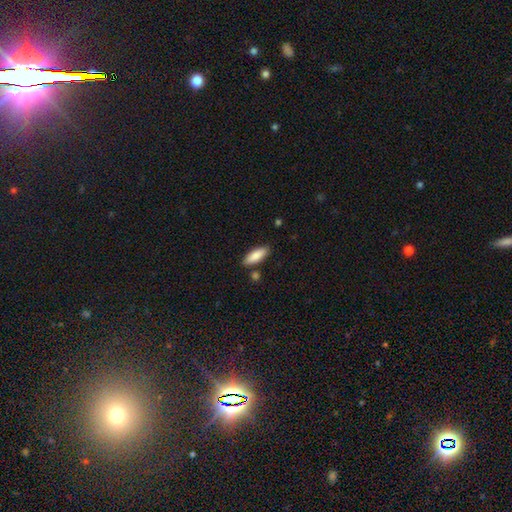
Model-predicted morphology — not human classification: This appears to be a smooth galaxy with no disk features (85%) that is in between round and cigar-shaped (63%). Merging: none (84%).